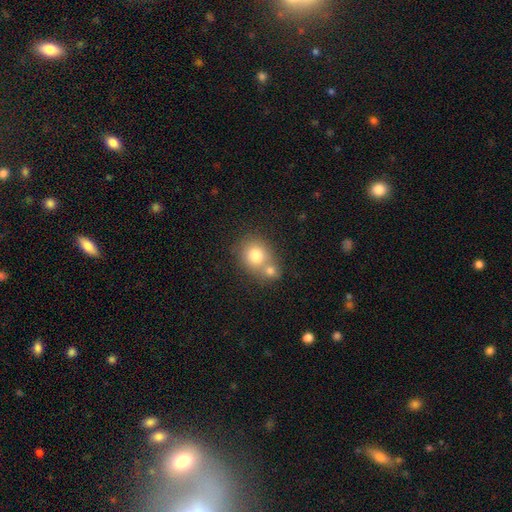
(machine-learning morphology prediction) smooth 76%, featured or disk 14%, star or artifact 10%. Down the decision tree: how rounded — round (74%); merging — merger (53%).